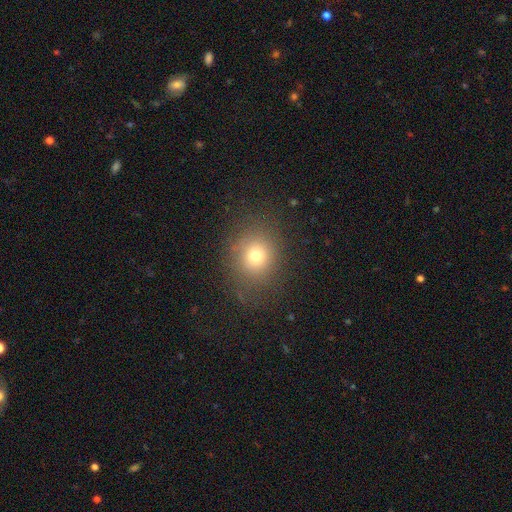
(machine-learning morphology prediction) This appears to be a smooth galaxy with no disk features (72%) that is round (78%). Merging: none (80%).